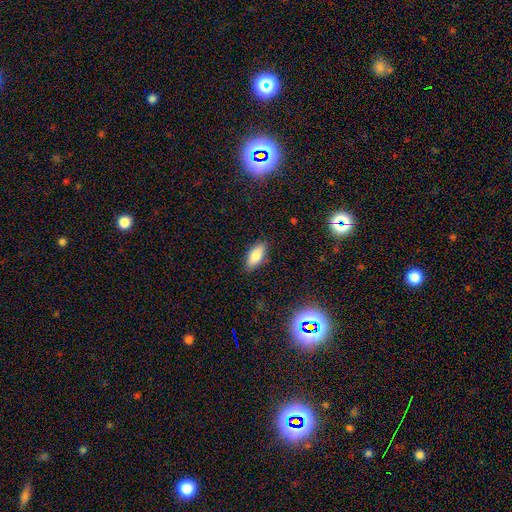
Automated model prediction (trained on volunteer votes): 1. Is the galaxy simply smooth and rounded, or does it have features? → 80% smooth, 12% featured or disk, 8% star or artifact.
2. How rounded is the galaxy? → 85% in between, 12% cigar-shaped, 3% round.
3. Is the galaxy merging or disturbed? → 85% none, 11% minor disturbance, 2% major disturbance, 1% merger.